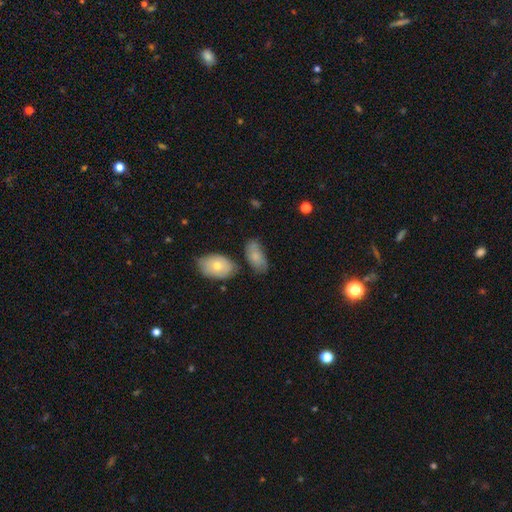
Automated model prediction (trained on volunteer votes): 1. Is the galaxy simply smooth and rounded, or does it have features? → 67% smooth, 26% featured or disk, 8% star or artifact.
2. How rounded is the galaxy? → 92% in between, 5% round, 3% cigar-shaped.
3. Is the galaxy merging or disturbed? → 55% none, 25% minor disturbance, 12% merger, 8% major disturbance.